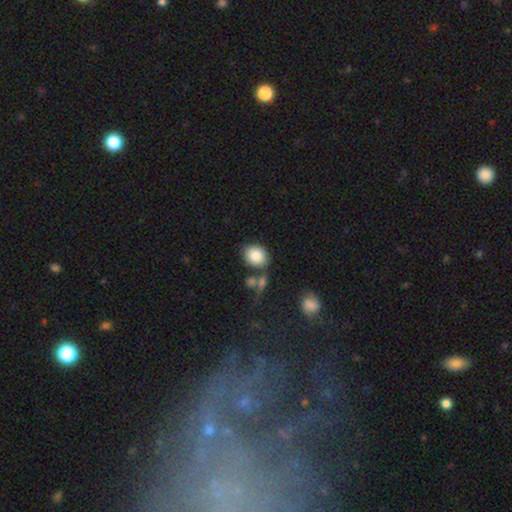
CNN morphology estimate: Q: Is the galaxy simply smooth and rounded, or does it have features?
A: smooth — 84%.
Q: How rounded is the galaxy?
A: round — 63%.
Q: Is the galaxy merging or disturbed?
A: none — 70%.